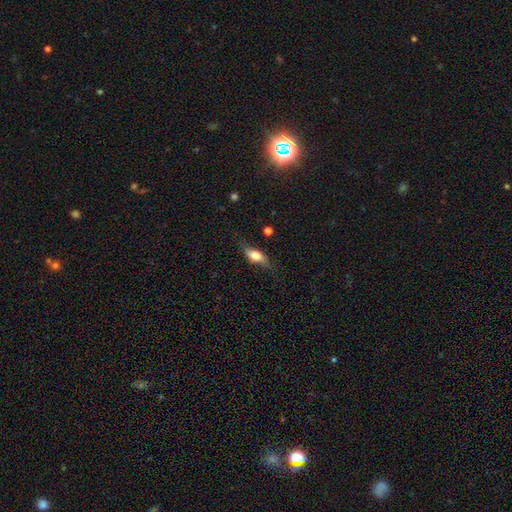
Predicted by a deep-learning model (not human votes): smooth 64%, featured or disk 28%, star or artifact 7%. Down the decision tree: how rounded — in between (72%); merging — none (66%).